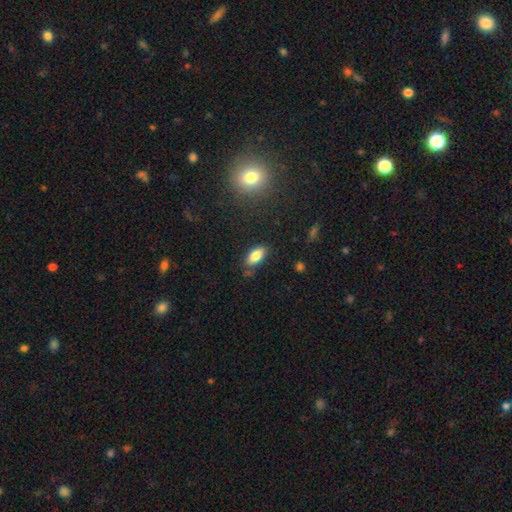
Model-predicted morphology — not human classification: Smooth or featured: smooth — 80% (featured or disk — 12%)
How rounded: in between — 87% (cigar-shaped — 10%)
Merging: none — 79% (minor disturbance — 15%)